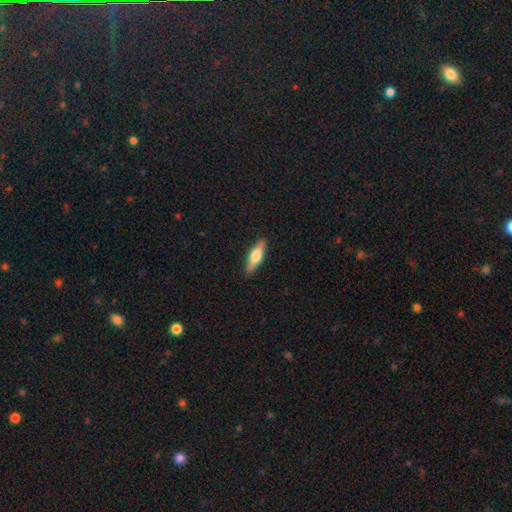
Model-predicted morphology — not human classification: Smooth or featured?
  - smooth: 56% *
  - featured or disk: 39%
  - star or artifact: 6%
How rounded?
  - cigar-shaped: 61% *
  - in between: 37%
  - round: 2%
Merging?
  - none: 89% *
  - minor disturbance: 8%
  - major disturbance: 2%
  - merger: 1%